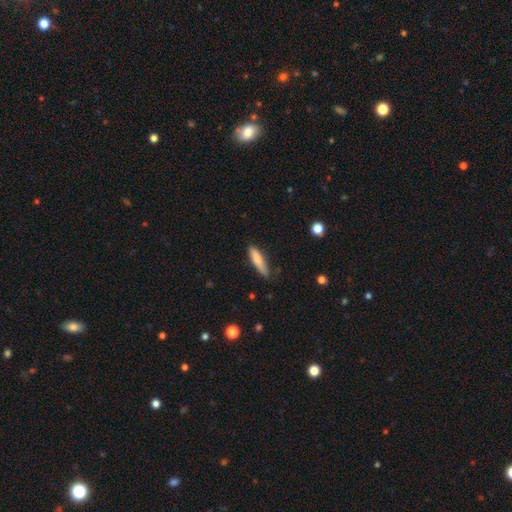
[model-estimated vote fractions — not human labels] The model was most divided on "merging": none: 74%, minor disturbance: 21%, major disturbance: 3%, merger: 2%. More confident: how rounded — cigar-shaped (77%); smooth or featured — smooth (77%).